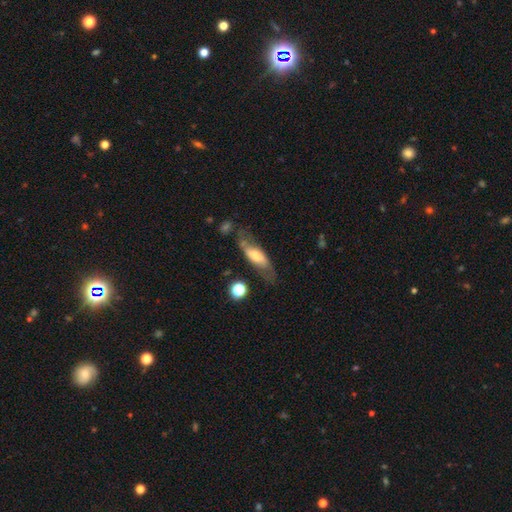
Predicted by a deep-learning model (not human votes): smooth_or_featured: smooth (p=0.49) [alt: featured or disk p=0.45]
merging: none (p=0.59) [alt: minor disturbance p=0.23]